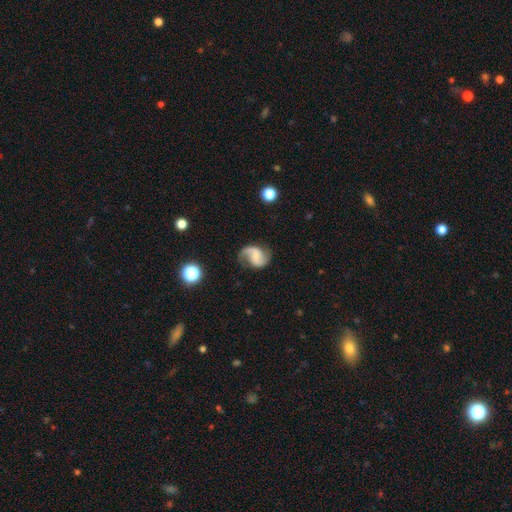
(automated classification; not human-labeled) This is clearly a featured or disk galaxy (81%). It is clearly not viewed edge-on (98%). Bar: possibly weak (46%). Spiral arm pattern: clearly yes (96%). Spiral arm count: clearly 2 (85%). Spiral winding: possibly loose (52%). Central bulge: marginally small (43%). Merging: likely none (69%).